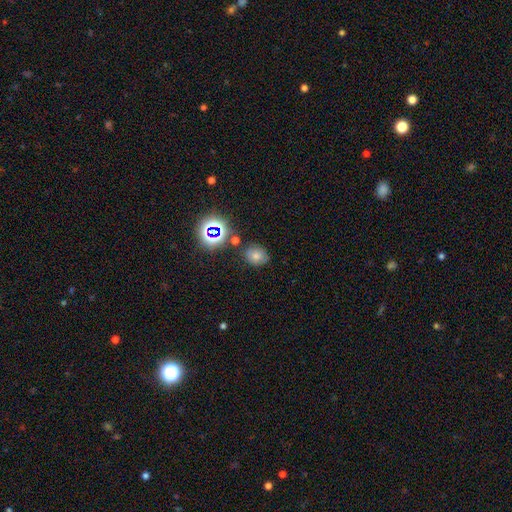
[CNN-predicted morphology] Smooth or featured? smooth (49%)
Merging? none (80%)